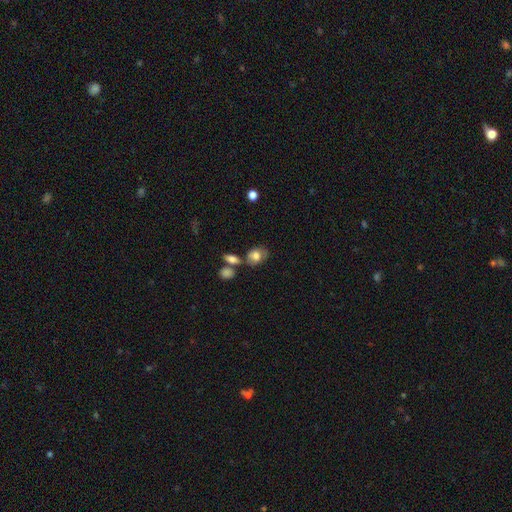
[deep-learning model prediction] Smooth or featured?
  - smooth: 73% *
  - featured or disk: 19%
  - star or artifact: 8%
How rounded?
  - in between: 67% *
  - round: 31%
  - cigar-shaped: 2%
Merging?
  - none: 53% *
  - minor disturbance: 20%
  - merger: 18%
  - major disturbance: 8%